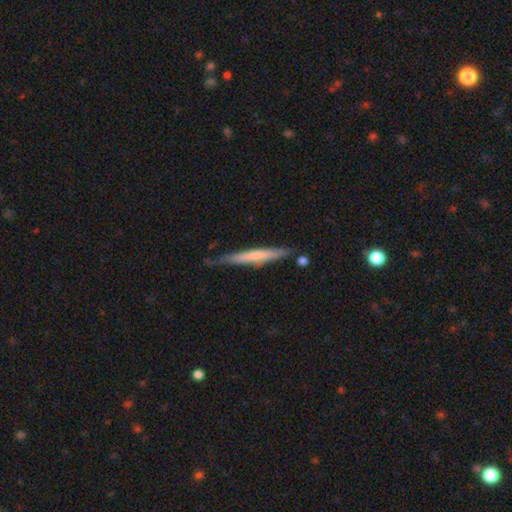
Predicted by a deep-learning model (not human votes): Overall: smooth (49%; featured or disk 45%). Merging: none (76%).